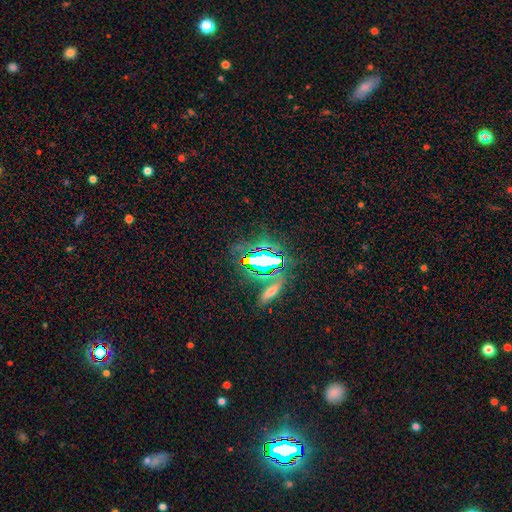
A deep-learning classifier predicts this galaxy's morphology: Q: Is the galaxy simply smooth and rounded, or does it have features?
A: star or artifact — 68%.